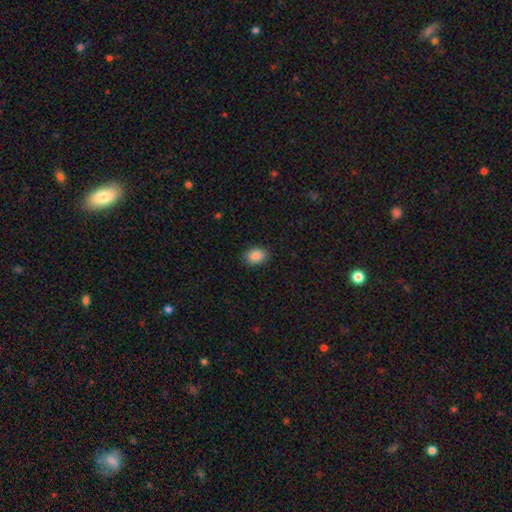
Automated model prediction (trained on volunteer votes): A smooth galaxy with no disk features (87%) that is in between round and cigar-shaped (71%).

Vote fractions:
- Smooth or featured? smooth: 87% / star or artifact: 8% / featured or disk: 5%
- How rounded? in between: 71% / round: 28% / cigar-shaped: 1%
- Merging? none: 89% / minor disturbance: 8% / major disturbance: 2% / merger: 1%